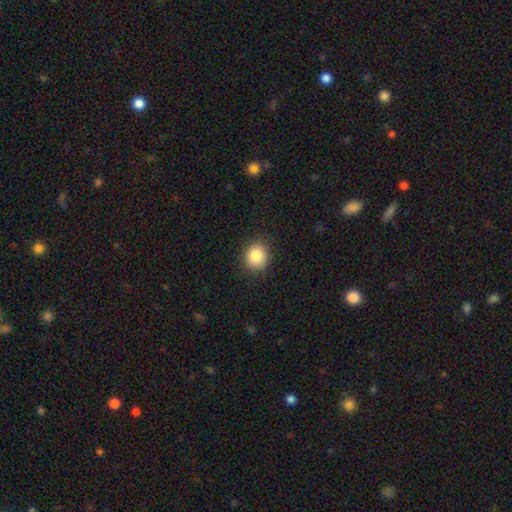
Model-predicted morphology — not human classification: Smooth or featured? Predicted: smooth (p=0.85). How rounded? Predicted: round (p=0.79). Merging? Predicted: none (p=0.86).